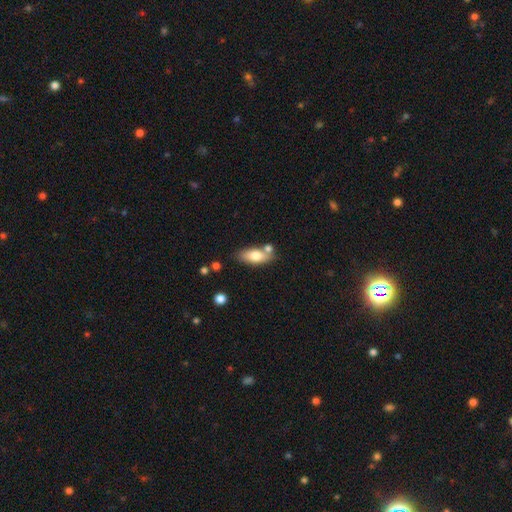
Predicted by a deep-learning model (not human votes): This appears to be a smooth galaxy with no disk features (73%) that is in between round and cigar-shaped (79%). Merging: none (64%).